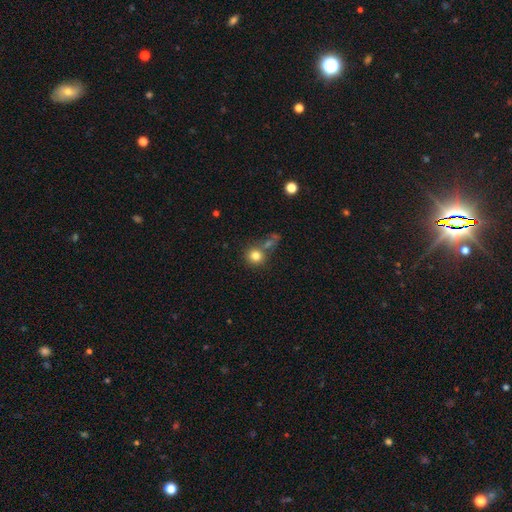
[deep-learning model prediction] Q: Smooth or featured?
A: smooth (80%); runner-up: star or artifact (12%)
Q: How rounded?
A: round (88%); runner-up: in between (11%)
Q: Merging?
A: none (63%); runner-up: merger (20%)